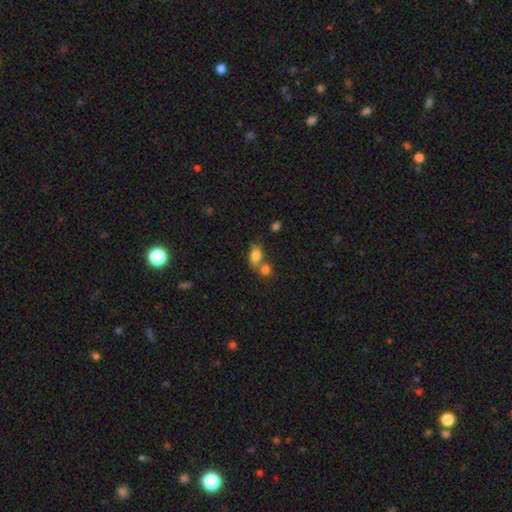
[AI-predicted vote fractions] smooth_or_featured: smooth (p=0.81) [alt: featured or disk p=0.10]
how_rounded: in between (p=0.78) [alt: round p=0.20]
merging: merger (p=0.44) [alt: none p=0.39]